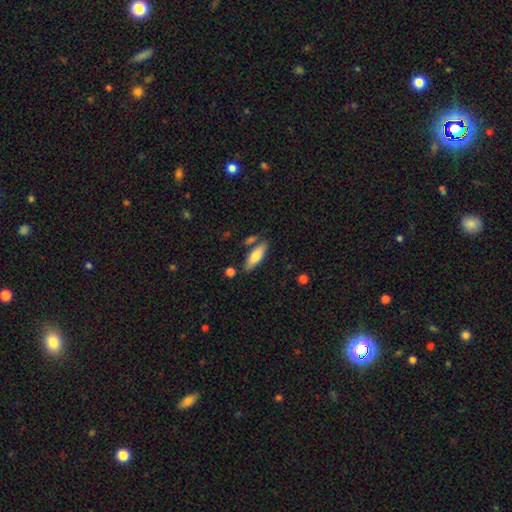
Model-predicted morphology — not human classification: Q: Smooth or featured?
A: smooth (78%); runner-up: featured or disk (16%)
Q: How rounded?
A: in between (58%); runner-up: cigar-shaped (40%)
Q: Merging?
A: none (76%); runner-up: minor disturbance (13%)